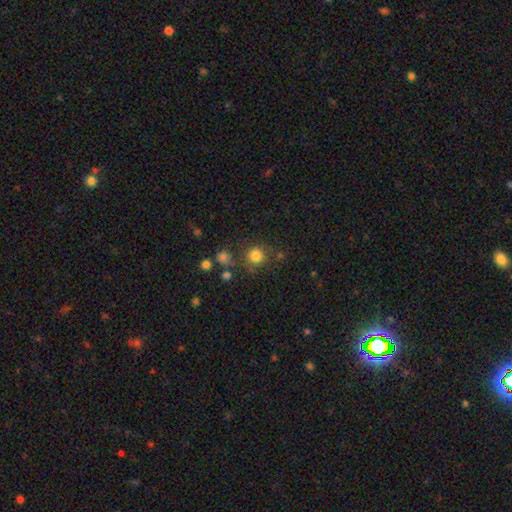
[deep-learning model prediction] Smooth or featured?
  - smooth: 81% *
  - star or artifact: 12%
  - featured or disk: 7%
How rounded?
  - round: 91% *
  - in between: 8%
  - cigar-shaped: 1%
Merging?
  - none: 74% *
  - minor disturbance: 13%
  - merger: 7%
  - major disturbance: 6%